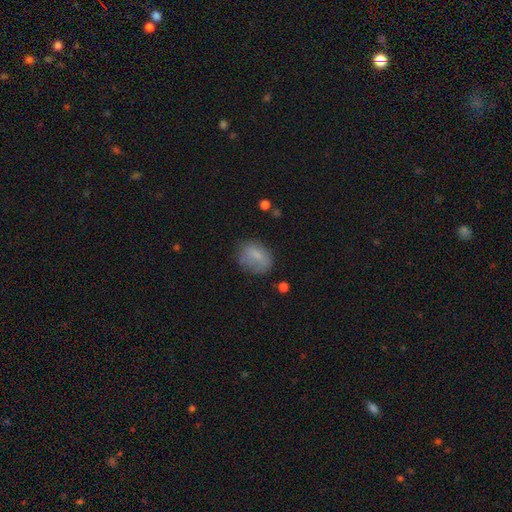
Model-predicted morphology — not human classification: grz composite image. It shows a smooth galaxy with no disk features (73%) that is in between round and cigar-shaped (64%). Merging: none (61%).